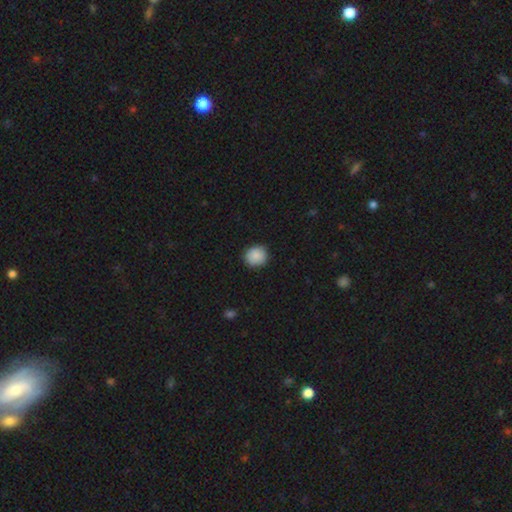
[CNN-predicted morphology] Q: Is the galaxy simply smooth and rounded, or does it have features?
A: smooth — 89%.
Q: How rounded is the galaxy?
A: round — 85%.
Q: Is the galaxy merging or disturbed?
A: none — 89%.